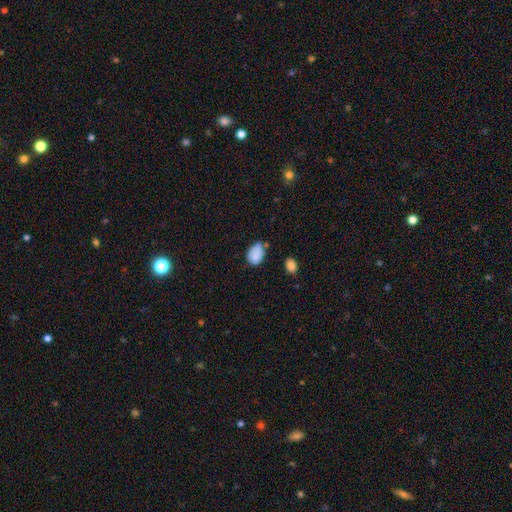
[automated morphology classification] smooth-or-featured: smooth: 84% | star or artifact: 9% | featured or disk: 7%
  how-rounded: in between: 77% | round: 22% | cigar-shaped: 1%
  merging: none: 50% | minor disturbance: 36% | major disturbance: 7% | merger: 7%